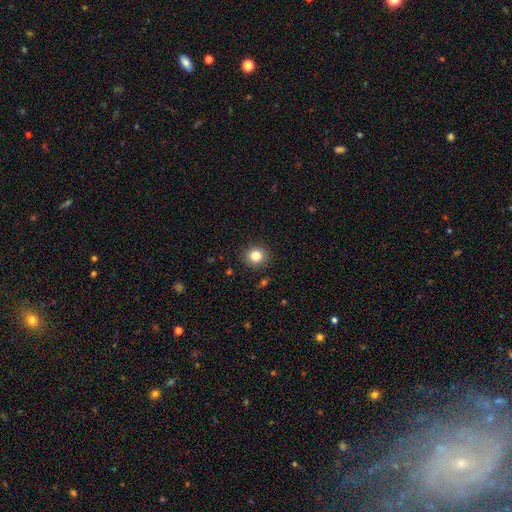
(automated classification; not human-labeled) This is clearly a smooth galaxy (83%). How rounded: clearly round (88%). Merging: clearly none (90%).